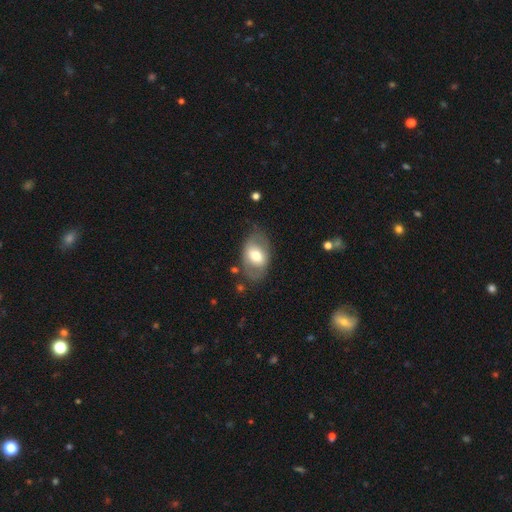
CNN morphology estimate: This is possibly a smooth galaxy (51%). How rounded: clearly in between (85%). Merging: likely none (71%).